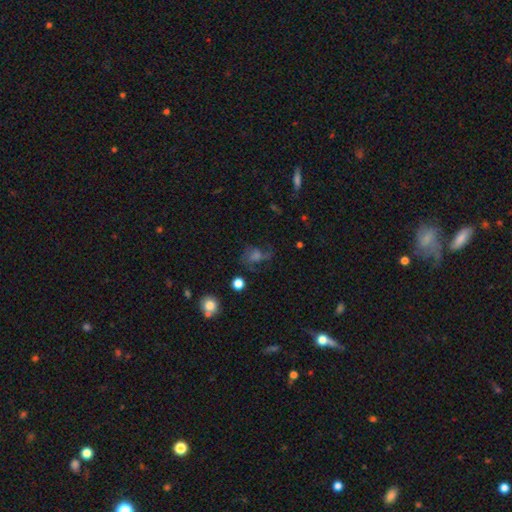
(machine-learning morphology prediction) A featured or disk galaxy (44%). Merging: none (57%).